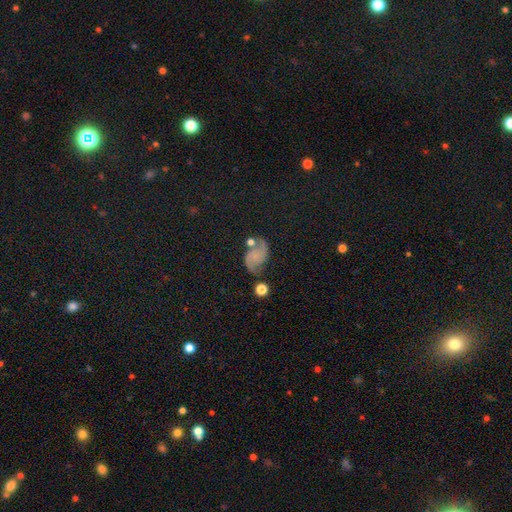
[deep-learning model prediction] The model was most divided on "bulge size": none: 44%, small: 41%, moderate: 11%, large: 3%, dominant: 2%. Remaining: edge-on disk — no (98%); spiral arms — yes (96%); spiral arm count — 2 (93%); smooth or featured — featured or disk (76%); bar — no (70%); merging — none (62%); spiral winding — medium (47%).